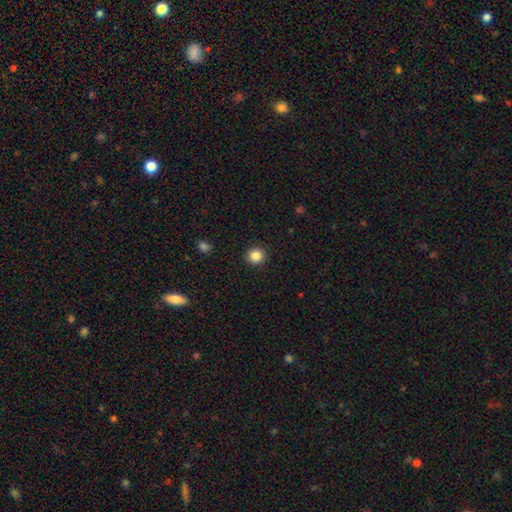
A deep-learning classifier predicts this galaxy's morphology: Smooth or featured: smooth — 85% (star or artifact — 10%)
How rounded: round — 93% (in between — 6%)
Merging: none — 93% (minor disturbance — 5%)